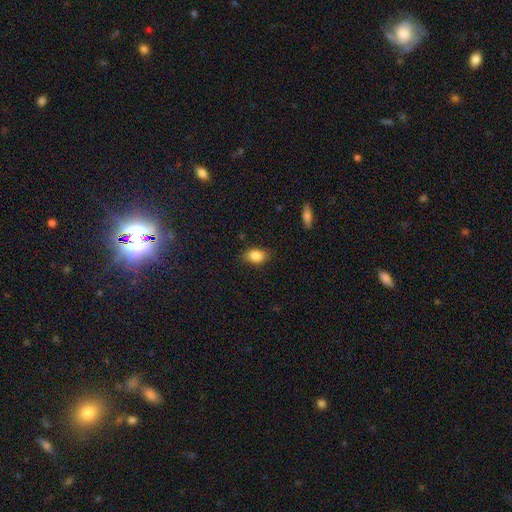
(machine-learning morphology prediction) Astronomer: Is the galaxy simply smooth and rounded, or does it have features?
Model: smooth — 85%.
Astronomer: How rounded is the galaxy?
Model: in between — 82%.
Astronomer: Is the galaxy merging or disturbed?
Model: none — 81%.